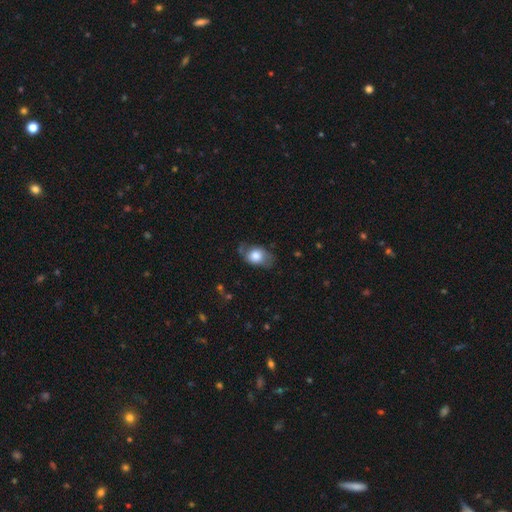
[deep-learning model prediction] A smooth galaxy with no disk features (74%) that is in between round and cigar-shaped (75%). Merging: none (54%).